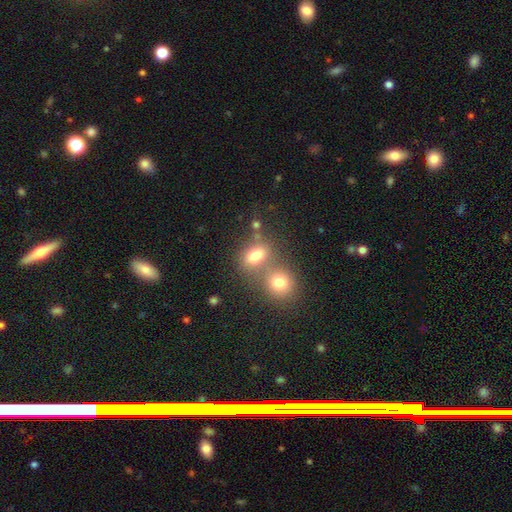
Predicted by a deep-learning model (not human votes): smooth-or-featured: smooth: 77% | star or artifact: 13% | featured or disk: 10%
  how-rounded: in between: 61% | round: 37% | cigar-shaped: 2%
  merging: merger: 45% | none: 41% | minor disturbance: 9% | major disturbance: 4%